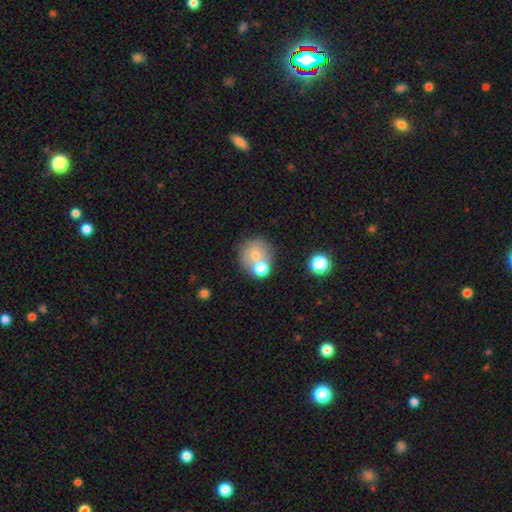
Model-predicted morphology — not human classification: Smooth or featured: smooth — 68% (featured or disk — 20%)
How rounded: round — 84% (in between — 16%)
Merging: none — 48% (merger — 37%)